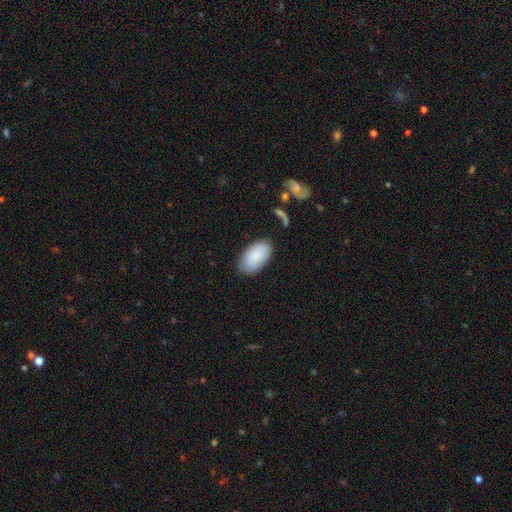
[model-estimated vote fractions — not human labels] A smooth galaxy with no disk features (85%) that is in between round and cigar-shaped (95%). Merging: none (80%).